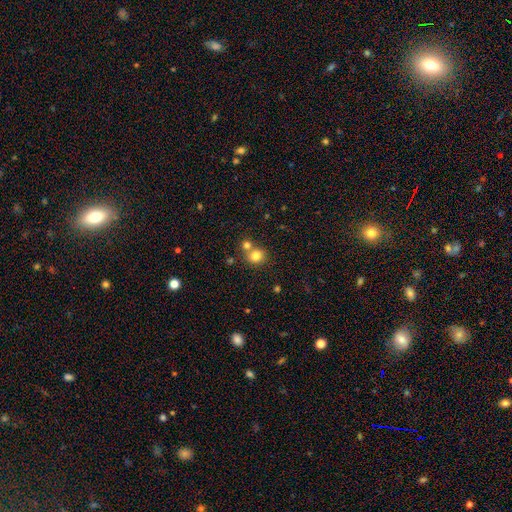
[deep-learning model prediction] Smooth or featured? Predicted: smooth (p=0.80). How rounded? Predicted: round (p=0.84). Merging? Predicted: none (p=0.57).